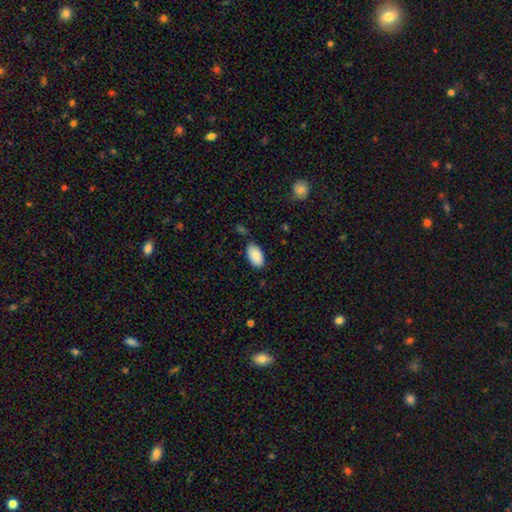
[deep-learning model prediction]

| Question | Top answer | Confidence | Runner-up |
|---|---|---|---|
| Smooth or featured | smooth | 86% | featured or disk (7%) |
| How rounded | in between | 95% | round (3%) |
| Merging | none | 77% | minor disturbance (17%) |